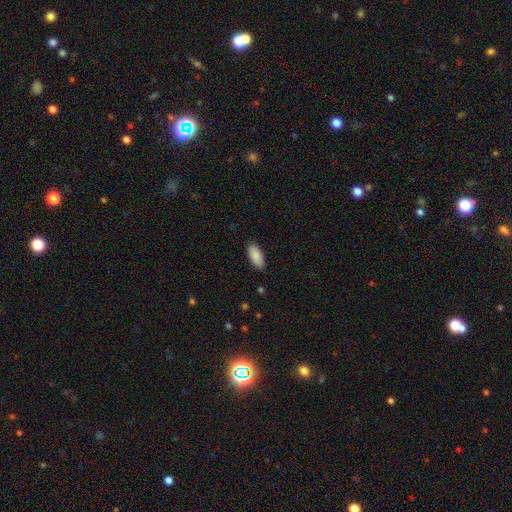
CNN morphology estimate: Smooth or featured? Predicted: smooth (p=0.89). How rounded? Predicted: in between (p=0.87). Merging? Predicted: none (p=0.87).